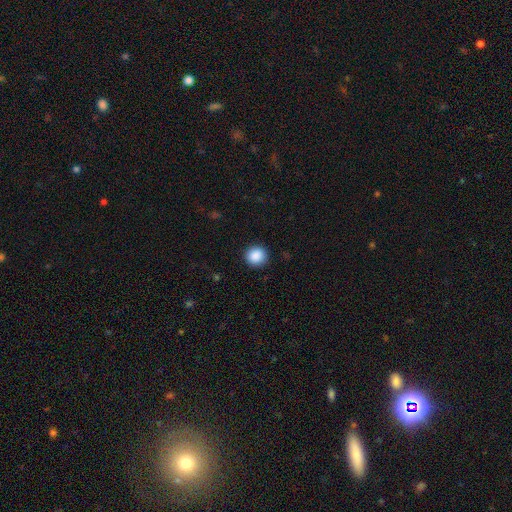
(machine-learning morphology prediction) The model was most divided on "smooth or featured": smooth: 89%, star or artifact: 9%, featured or disk: 3%. More confident: how rounded — round (92%); merging — none (91%).